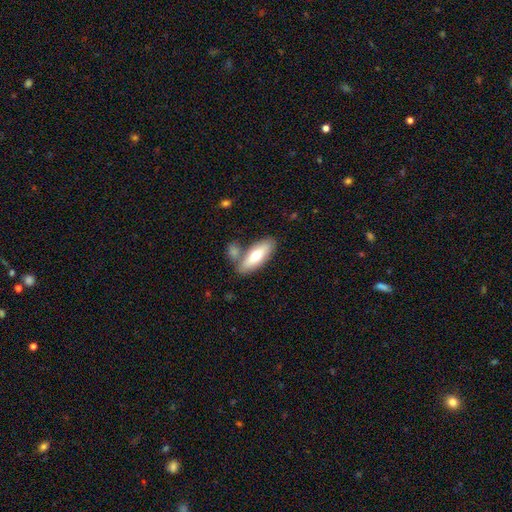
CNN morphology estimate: smooth_or_featured: smooth (p=0.65) [alt: featured or disk p=0.30]
how_rounded: in between (p=0.66) [alt: cigar-shaped p=0.32]
merging: none (p=0.63) [alt: merger p=0.21]